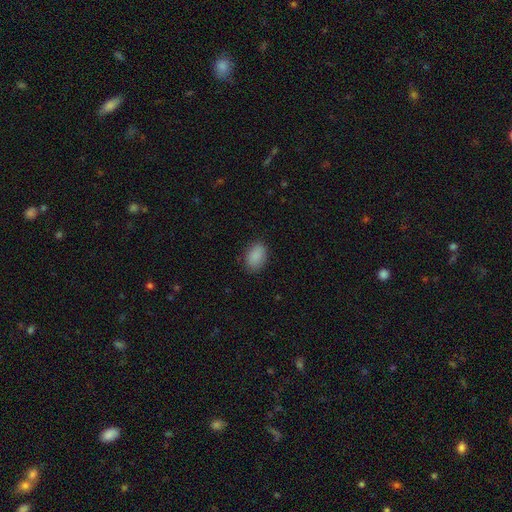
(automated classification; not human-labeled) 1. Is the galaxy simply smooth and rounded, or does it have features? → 89% smooth, 7% star or artifact, 3% featured or disk.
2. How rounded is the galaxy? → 88% in between, 11% round, 1% cigar-shaped.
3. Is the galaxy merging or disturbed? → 84% none, 12% minor disturbance, 3% major disturbance, 1% merger.